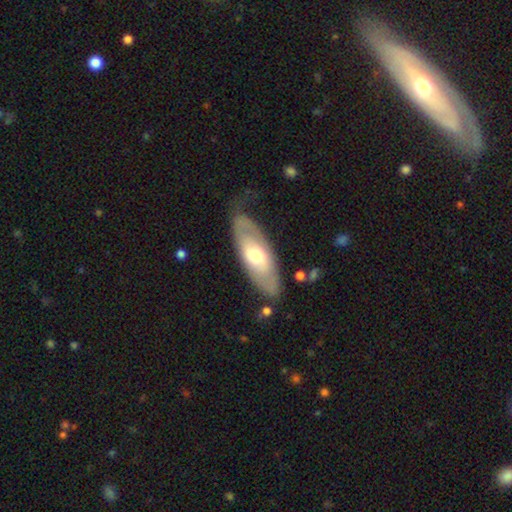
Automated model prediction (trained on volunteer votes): Morphology: type=featured or disk (49%); merging=none (69%).